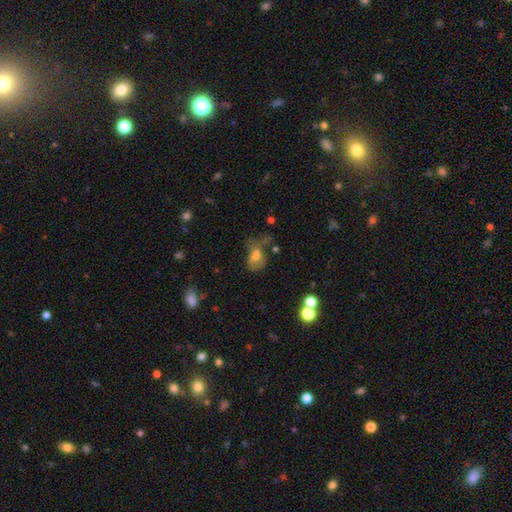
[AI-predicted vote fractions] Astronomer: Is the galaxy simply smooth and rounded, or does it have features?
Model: smooth — 58%.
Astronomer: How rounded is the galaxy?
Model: in between — 77%.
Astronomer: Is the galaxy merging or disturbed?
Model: major disturbance — 36% (runner-up: none, 30%).